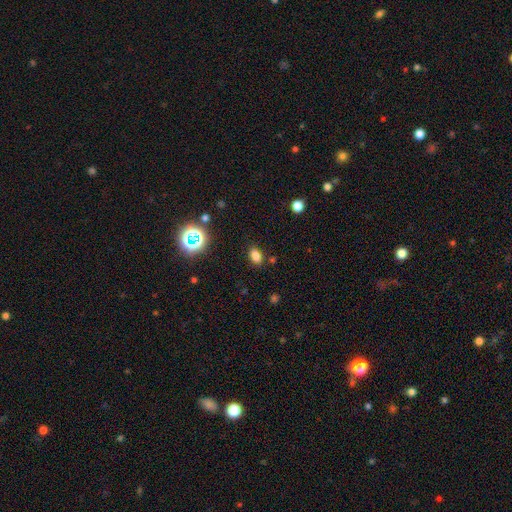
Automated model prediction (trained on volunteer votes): smooth_or_featured: smooth (p=0.78) [alt: star or artifact p=0.17]
how_rounded: in between (p=0.81) [alt: round p=0.17]
merging: none (p=0.85) [alt: minor disturbance p=0.09]